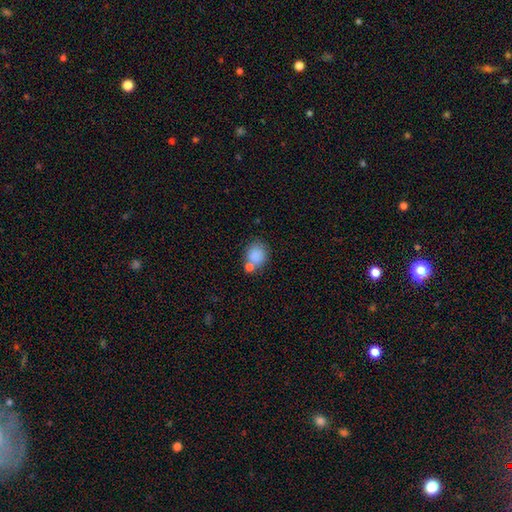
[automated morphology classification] The model was most divided on "merging": none: 58%, merger: 23%, minor disturbance: 13%, major disturbance: 5%. More confident: smooth or featured — smooth (84%); how rounded — round (72%).